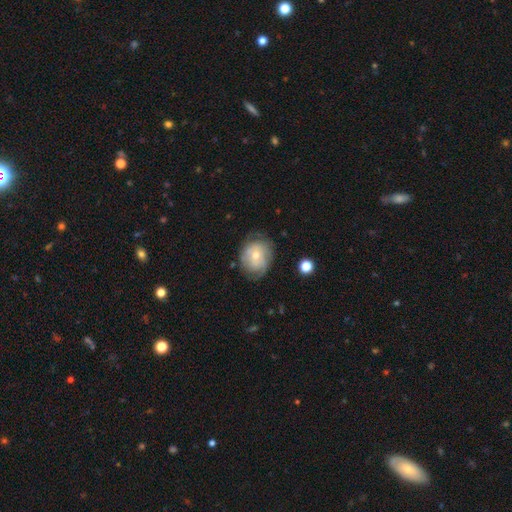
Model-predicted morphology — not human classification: Overall: featured or disk (46%, tied with smooth). Merging: none (63%; minor disturbance 25%).